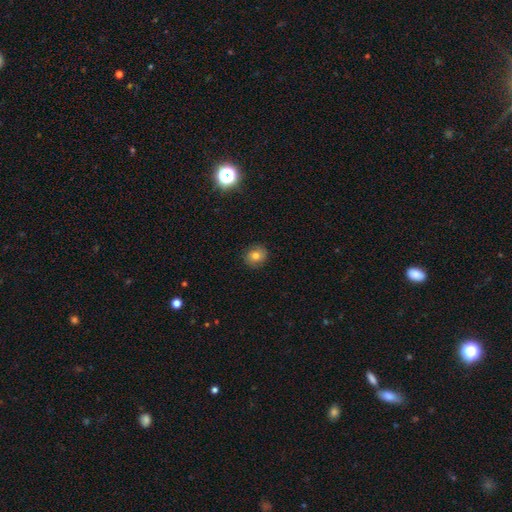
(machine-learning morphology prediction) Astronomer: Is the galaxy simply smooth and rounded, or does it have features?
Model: smooth — 71%.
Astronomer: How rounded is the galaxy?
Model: round — 81%.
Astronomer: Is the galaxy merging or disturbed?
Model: none — 87%.